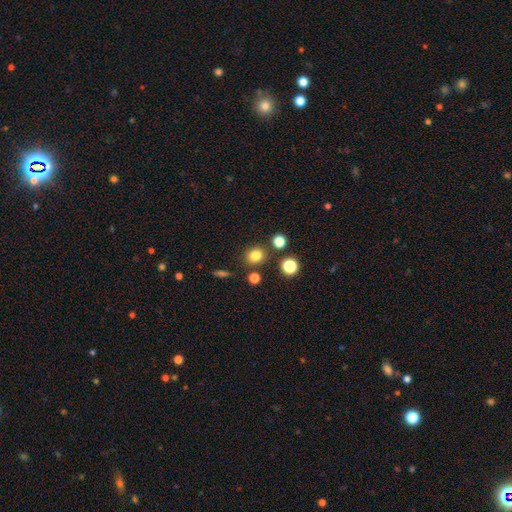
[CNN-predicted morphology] Smooth or featured? Predicted: smooth (p=0.80). How rounded? Predicted: round (p=0.72). Merging? Predicted: none (p=0.80).